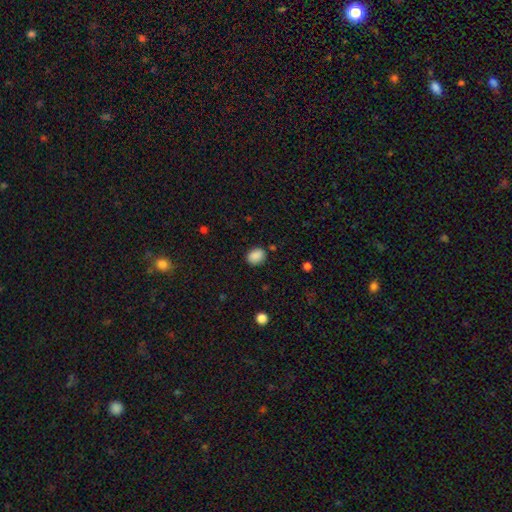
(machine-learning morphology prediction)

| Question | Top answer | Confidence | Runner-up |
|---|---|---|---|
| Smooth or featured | smooth | 88% | star or artifact (9%) |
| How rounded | in between | 54% | round (45%) |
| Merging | none | 83% | minor disturbance (12%) |